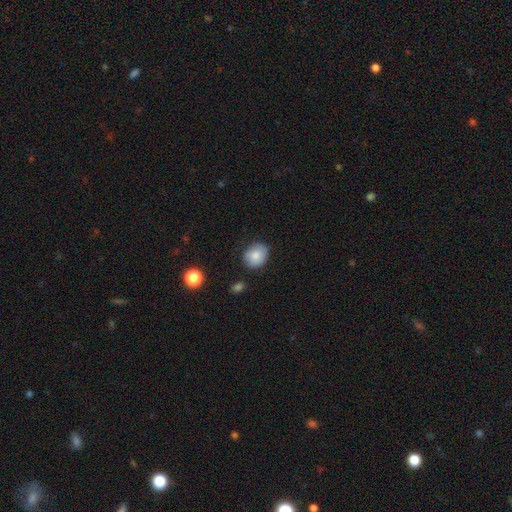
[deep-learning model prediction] This appears to be a smooth galaxy with no disk features (81%) that is round (61%). Merging: none (77%).